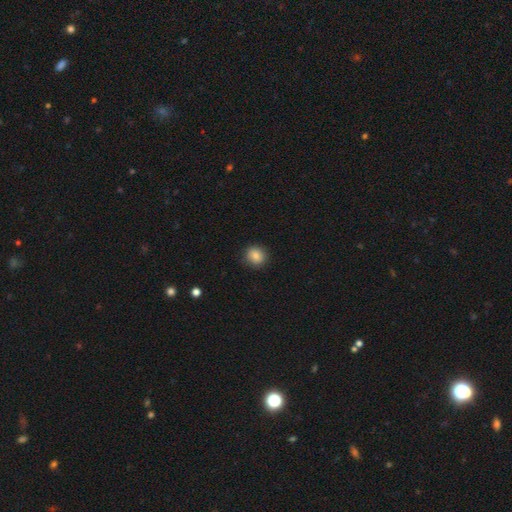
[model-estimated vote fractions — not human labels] Overall: smooth (85%). How rounded: round (83%). Merging: none (88%).